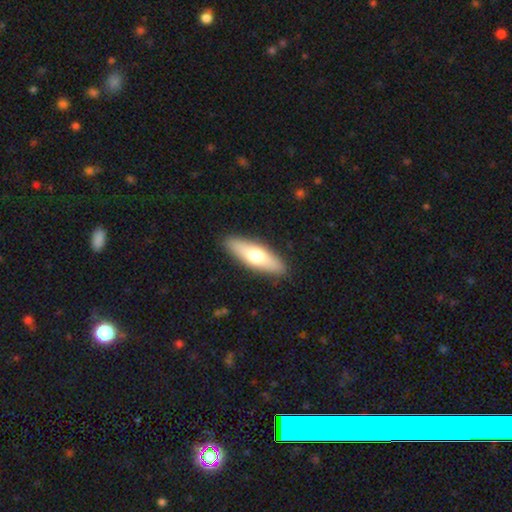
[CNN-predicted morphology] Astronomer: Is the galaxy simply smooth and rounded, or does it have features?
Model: smooth — 63%.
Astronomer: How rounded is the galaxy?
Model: cigar-shaped — 49% (runner-up: in between, 48%).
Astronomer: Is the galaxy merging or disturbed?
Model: none — 89%.